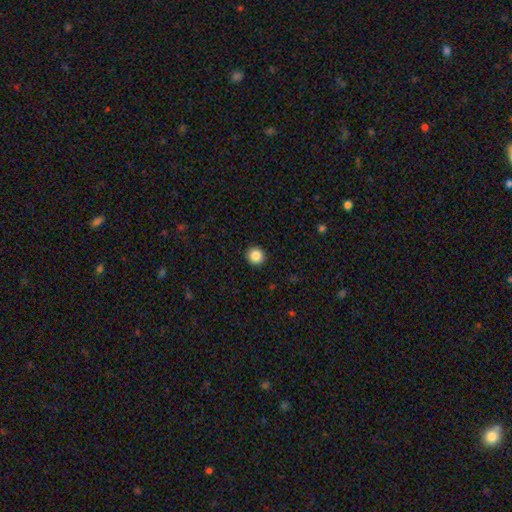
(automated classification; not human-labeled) This is clearly a smooth galaxy (87%). How rounded: clearly round (95%). Merging: clearly none (93%).